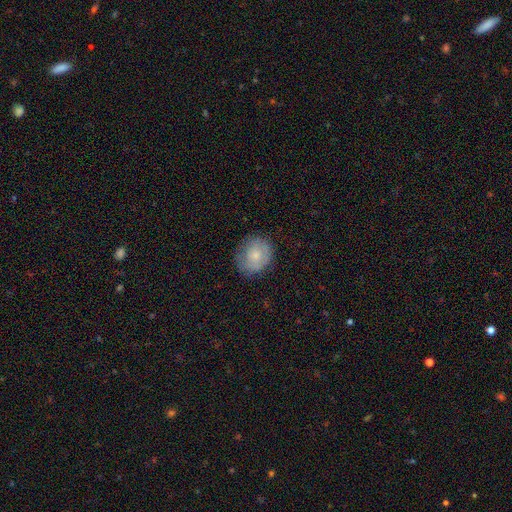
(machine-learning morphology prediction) A smooth galaxy with no disk features (65%) that is round (74%). Merging: none (73%).